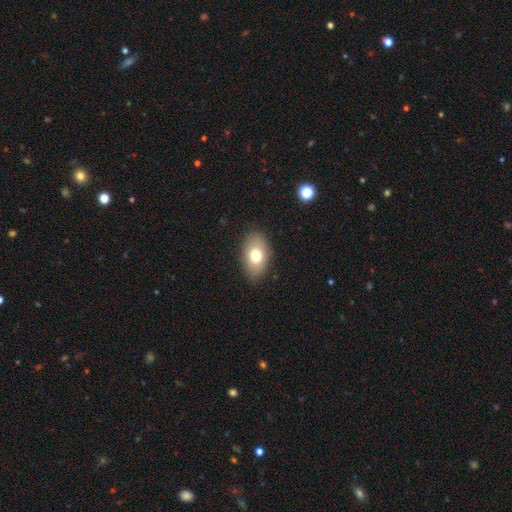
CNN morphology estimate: A smooth galaxy with no disk features (73%) that is in between round and cigar-shaped (88%). Merging: none (84%).